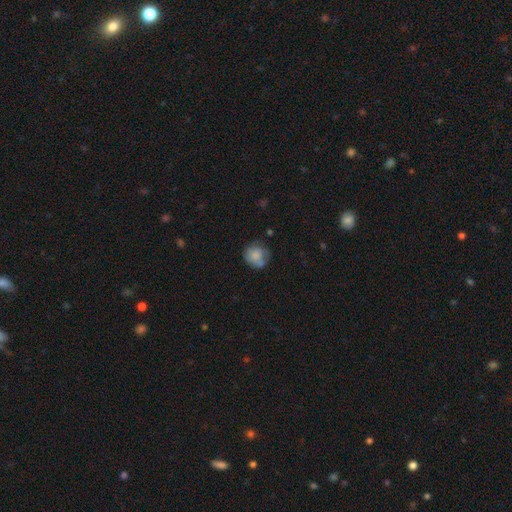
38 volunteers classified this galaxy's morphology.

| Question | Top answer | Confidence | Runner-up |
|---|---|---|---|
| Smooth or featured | smooth | 71% | featured or disk (24%) |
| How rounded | round | 85% | in between (15%) |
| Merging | none | 53% | minor disturbance (28%) |